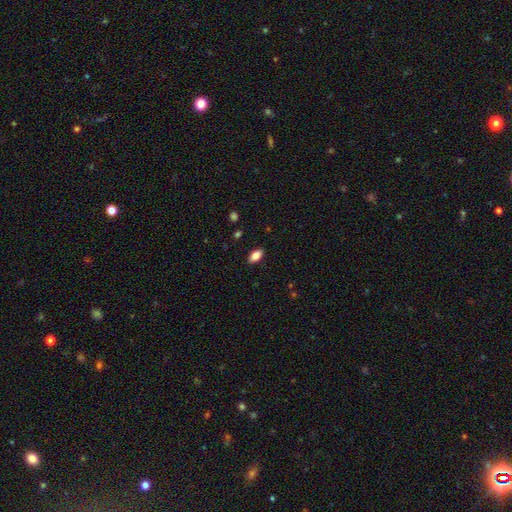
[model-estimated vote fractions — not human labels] smooth 83%, featured or disk 9%, star or artifact 8%. Down the decision tree: how rounded — in between (91%); merging — none (88%).